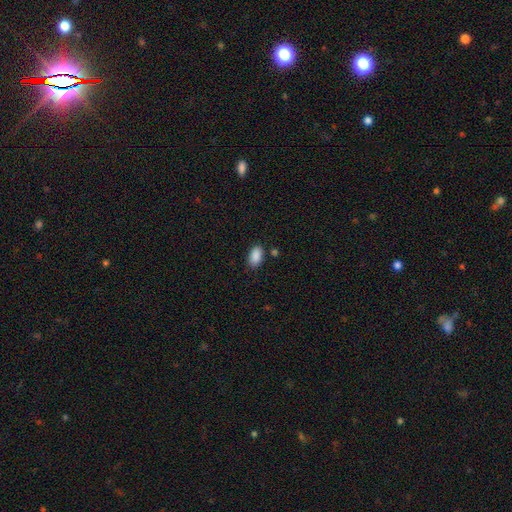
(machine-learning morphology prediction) This is clearly a smooth galaxy (89%). How rounded: clearly in between (93%). Merging: clearly none (82%).